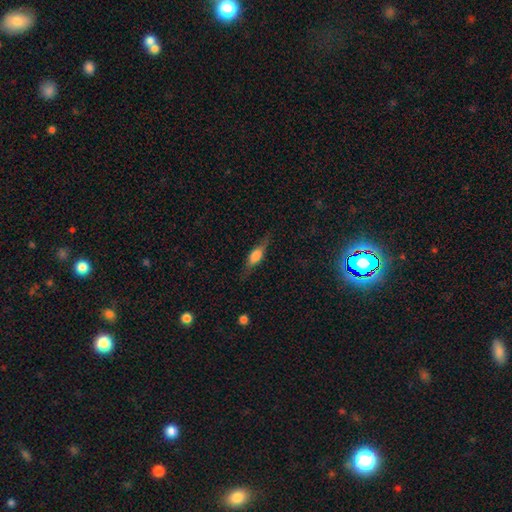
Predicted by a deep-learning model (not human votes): A smooth galaxy with no disk features (52%) that is cigar-shaped (49%).

Vote fractions:
- Smooth or featured? smooth: 52% / featured or disk: 41% / star or artifact: 7%
- How rounded? cigar-shaped: 49% / in between: 47% / round: 4%
- Merging? none: 76% / minor disturbance: 17% / major disturbance: 5% / merger: 1%